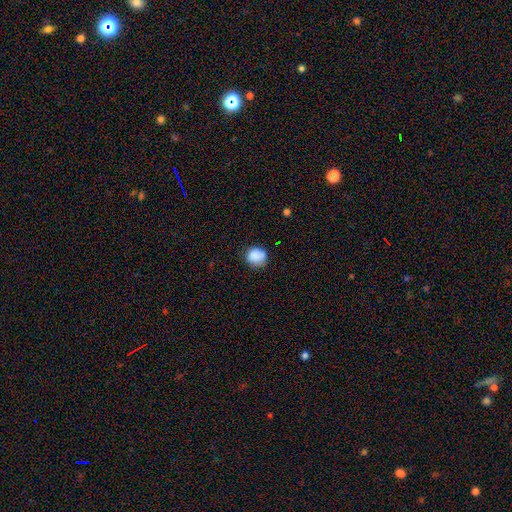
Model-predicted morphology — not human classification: smooth-or-featured: smooth: 85% | star or artifact: 9% | featured or disk: 6%
  how-rounded: round: 82% | in between: 17% | cigar-shaped: 1%
  merging: none: 71% | minor disturbance: 22% | major disturbance: 5% | merger: 2%